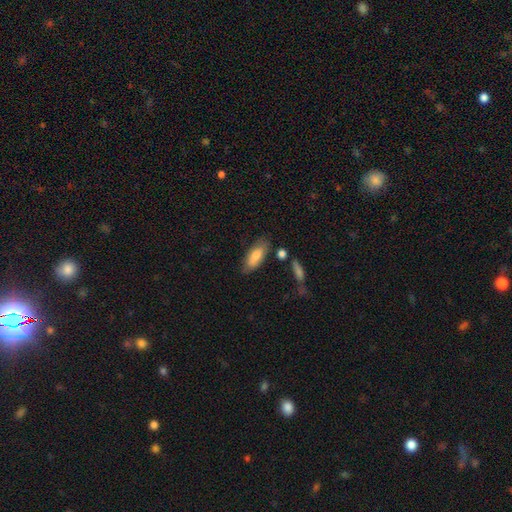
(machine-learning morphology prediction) Q: Smooth or featured?
A: smooth (75%); runner-up: featured or disk (19%)
Q: How rounded?
A: in between (80%); runner-up: cigar-shaped (18%)
Q: Merging?
A: none (72%); runner-up: minor disturbance (19%)